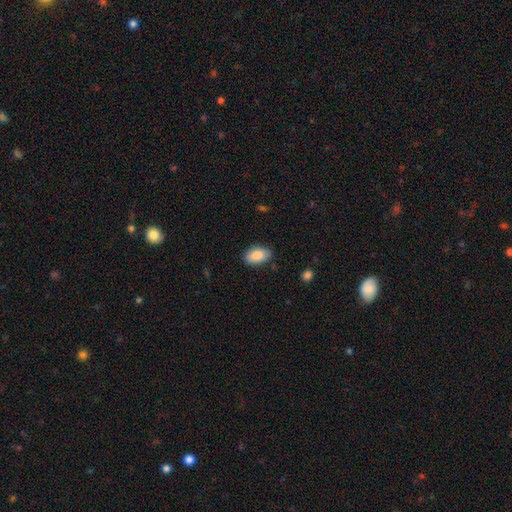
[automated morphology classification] smooth 85%, featured or disk 8%, star or artifact 7%. Down the decision tree: how rounded — in between (93%); merging — none (82%).